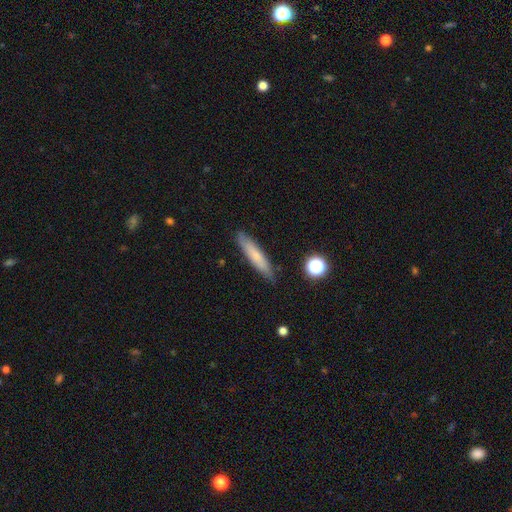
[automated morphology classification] smooth 68%, featured or disk 25%, star or artifact 7%. Down the decision tree: how rounded — cigar-shaped (87%); merging — none (86%).